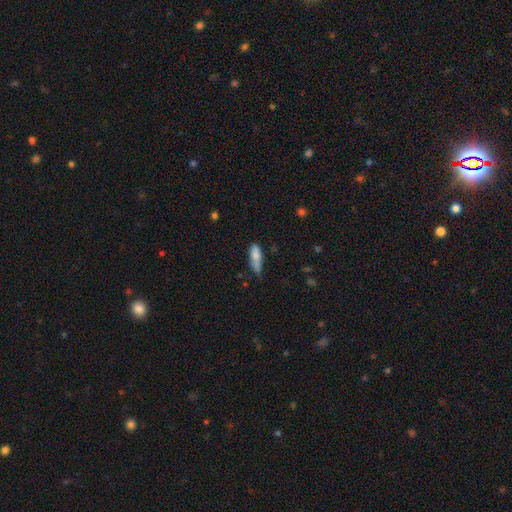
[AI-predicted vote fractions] smooth_or_featured: smooth (p=0.77) [alt: featured or disk p=0.16]
how_rounded: in between (p=0.56) [alt: cigar-shaped p=0.41]
merging: none (p=0.43) [alt: minor disturbance p=0.41]